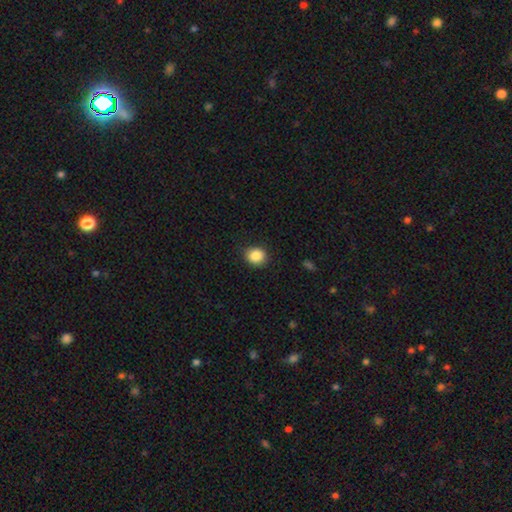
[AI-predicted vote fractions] Smooth or featured? Predicted: smooth (p=0.87). How rounded? Predicted: round (p=0.76). Merging? Predicted: none (p=0.86).